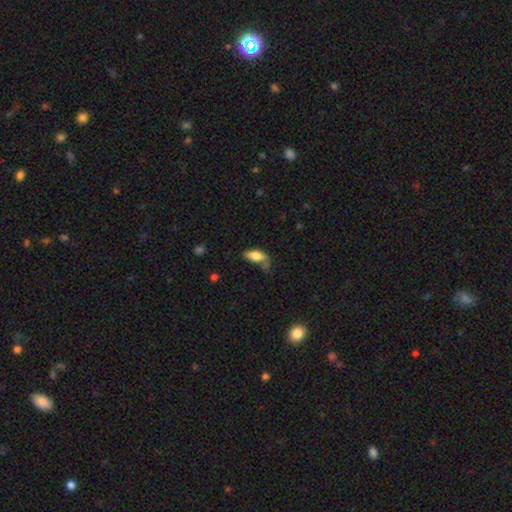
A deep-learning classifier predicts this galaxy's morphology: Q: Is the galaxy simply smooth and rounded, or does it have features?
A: smooth — 72%.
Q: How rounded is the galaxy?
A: in between — 79%.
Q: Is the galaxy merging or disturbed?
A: none — 42%.